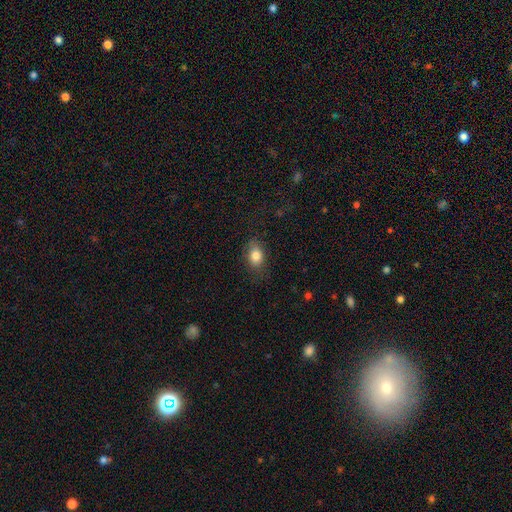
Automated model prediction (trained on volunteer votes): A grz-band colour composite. It shows a smooth galaxy with no disk features (83%) that is in between round and cigar-shaped (78%). Merging: none (76%).